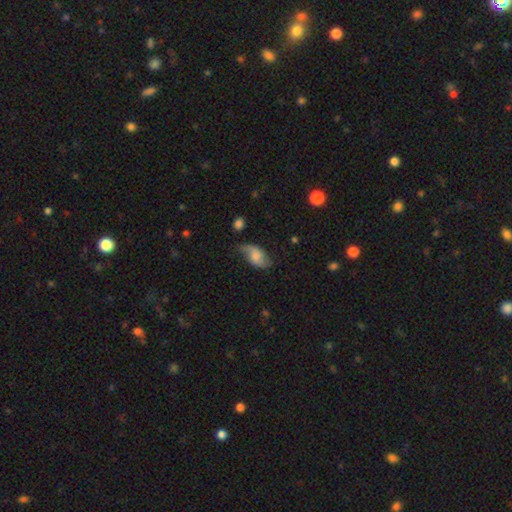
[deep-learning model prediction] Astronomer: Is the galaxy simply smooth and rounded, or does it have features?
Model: smooth — 47% (runner-up: featured or disk, 46%).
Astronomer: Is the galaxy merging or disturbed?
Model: none — 55% (runner-up: minor disturbance, 31%).